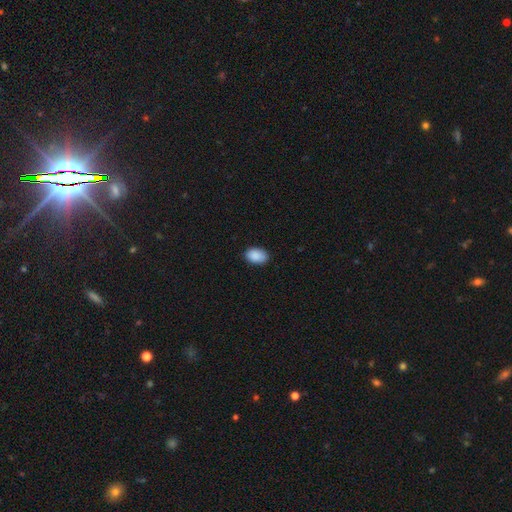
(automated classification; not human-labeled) Smooth or featured? smooth (90%)
How rounded? in between (88%)
Merging? none (85%)